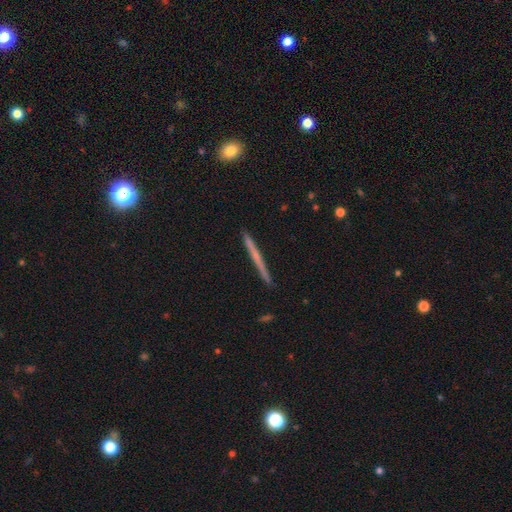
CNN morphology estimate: Smooth or featured: featured or disk — 52% (smooth — 42%)
Edge-on disk: yes — 98% (no — 2%)
Edge-on bulge: none — 86% (rounded — 10%)
Merging: none — 91% (minor disturbance — 6%)